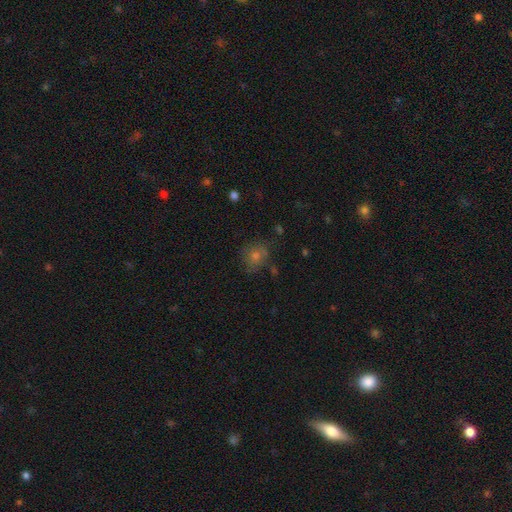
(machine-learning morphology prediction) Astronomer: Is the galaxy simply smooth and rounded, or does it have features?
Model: smooth — 57%.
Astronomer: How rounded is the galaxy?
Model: round — 75%.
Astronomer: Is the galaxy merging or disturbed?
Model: none — 71%.